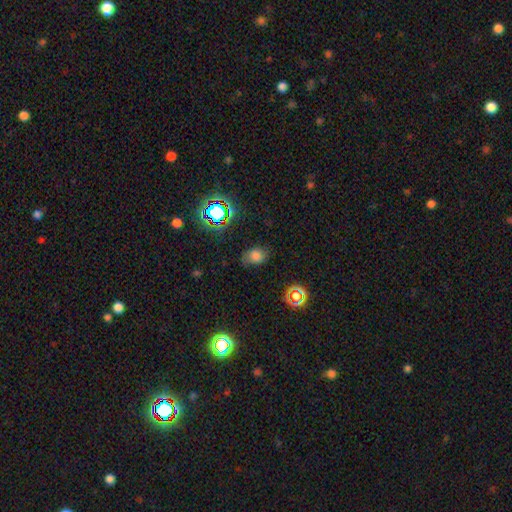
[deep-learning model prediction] Smooth or featured?
  - smooth: 69% *
  - star or artifact: 19%
  - featured or disk: 11%
How rounded?
  - in between: 65% *
  - round: 34%
  - cigar-shaped: 1%
Merging?
  - none: 67% *
  - minor disturbance: 23%
  - major disturbance: 8%
  - merger: 2%